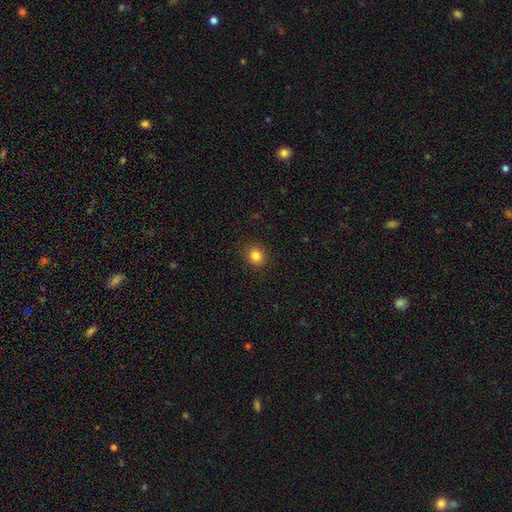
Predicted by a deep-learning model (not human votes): Q: Smooth or featured?
A: smooth (85%); runner-up: star or artifact (11%)
Q: How rounded?
A: round (77%); runner-up: in between (22%)
Q: Merging?
A: none (91%); runner-up: minor disturbance (6%)